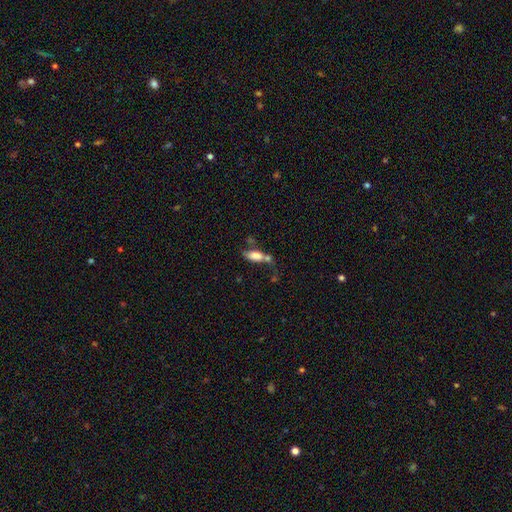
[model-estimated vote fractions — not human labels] Smooth or featured?
  - smooth: 72% *
  - featured or disk: 18%
  - star or artifact: 10%
How rounded?
  - in between: 79% *
  - cigar-shaped: 16%
  - round: 5%
Merging?
  - merger: 36% *
  - none: 30%
  - minor disturbance: 18%
  - major disturbance: 16%